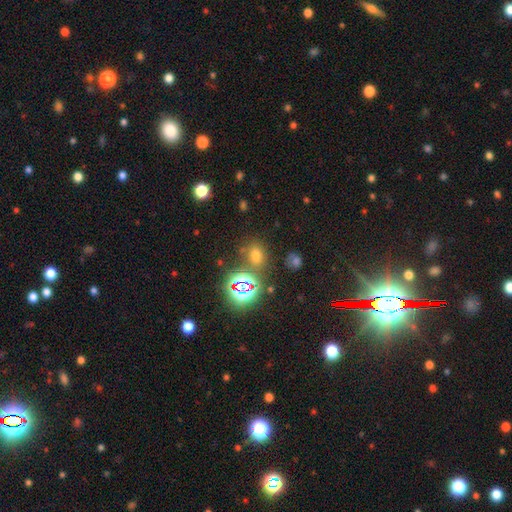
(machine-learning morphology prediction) Smooth or featured? smooth (54%)
How rounded? in between (58%)
Merging? none (73%)